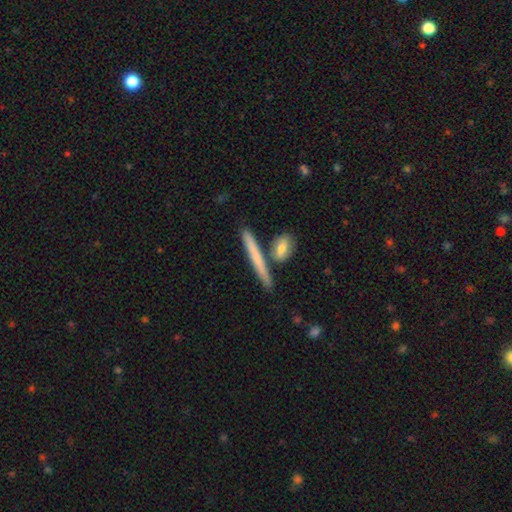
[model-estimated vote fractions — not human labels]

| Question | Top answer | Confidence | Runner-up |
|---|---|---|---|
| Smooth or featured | smooth | 60% | featured or disk (34%) |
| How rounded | cigar-shaped | 93% | in between (5%) |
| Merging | none | 76% | merger (12%) |